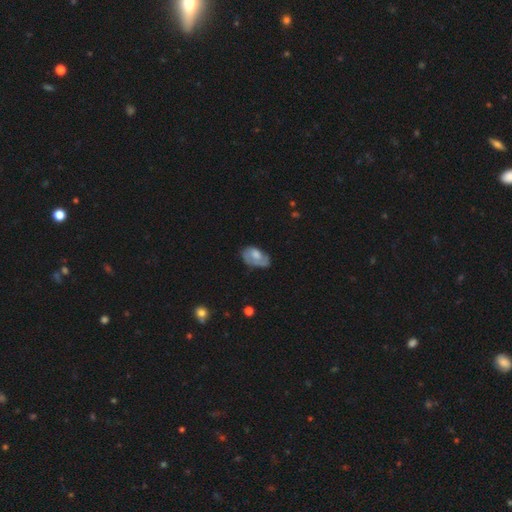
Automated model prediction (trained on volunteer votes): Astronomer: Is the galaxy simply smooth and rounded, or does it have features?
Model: smooth — 51% (runner-up: featured or disk, 42%).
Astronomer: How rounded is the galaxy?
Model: in between — 90%.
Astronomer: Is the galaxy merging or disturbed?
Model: none — 45% (runner-up: minor disturbance, 33%).